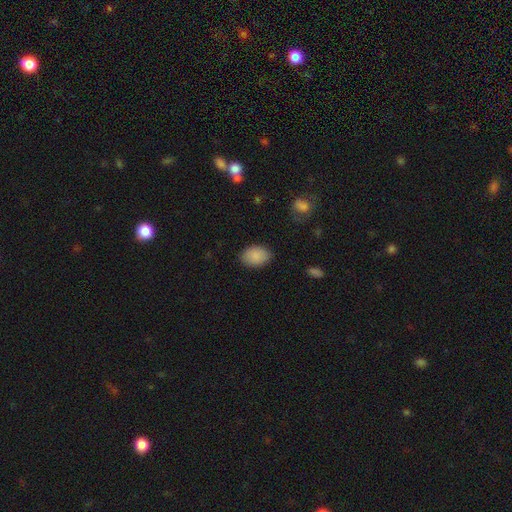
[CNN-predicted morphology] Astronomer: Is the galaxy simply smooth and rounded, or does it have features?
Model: smooth — 89%.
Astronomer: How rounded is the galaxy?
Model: in between — 83%.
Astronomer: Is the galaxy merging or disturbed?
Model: none — 85%.